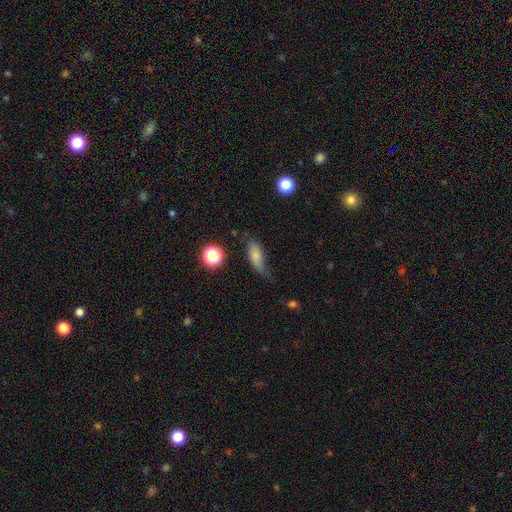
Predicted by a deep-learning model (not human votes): A smooth galaxy with no disk features (70%) that is in between round and cigar-shaped (69%).

Vote fractions:
- Smooth or featured? smooth: 70% / featured or disk: 20% / star or artifact: 10%
- How rounded? in between: 69% / cigar-shaped: 25% / round: 5%
- Merging? none: 49% / minor disturbance: 35% / major disturbance: 13% / merger: 3%